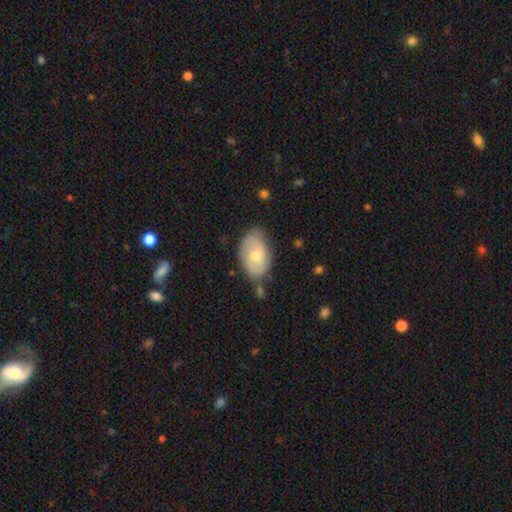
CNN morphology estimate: Smooth or featured? smooth (56%)
How rounded? in between (89%)
Merging? none (65%)